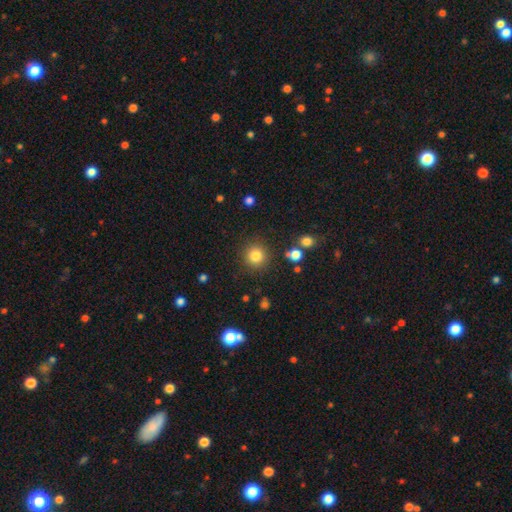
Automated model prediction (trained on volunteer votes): Smooth or featured?
  - smooth: 82% *
  - star or artifact: 12%
  - featured or disk: 6%
How rounded?
  - round: 94% *
  - in between: 5%
  - cigar-shaped: 1%
Merging?
  - none: 87% *
  - minor disturbance: 7%
  - major disturbance: 3%
  - merger: 3%